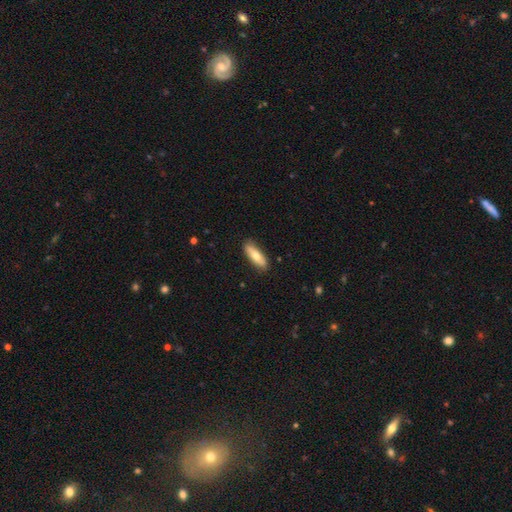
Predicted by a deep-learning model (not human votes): Smooth or featured? smooth (66%)
How rounded? in between (50%)
Merging? none (86%)